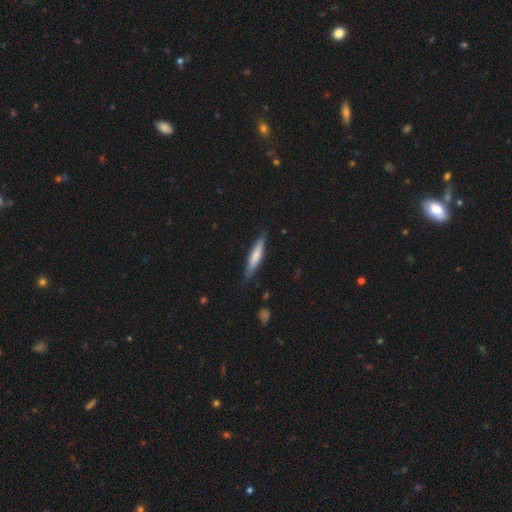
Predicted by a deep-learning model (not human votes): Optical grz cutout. It shows a smooth galaxy with no disk features (68%) that is cigar-shaped (86%). Merging: none (80%).